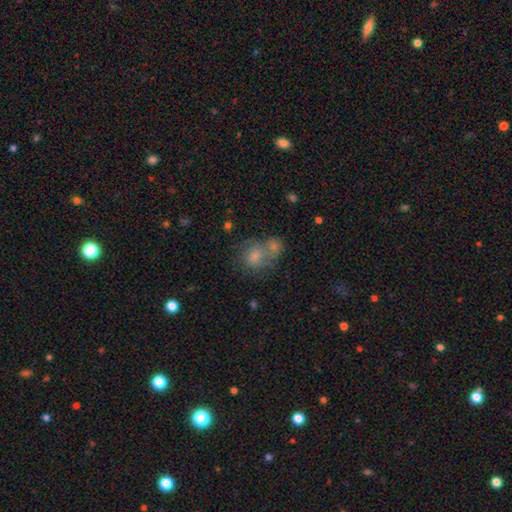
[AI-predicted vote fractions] Q: Smooth or featured?
A: smooth (63%); runner-up: featured or disk (22%)
Q: How rounded?
A: round (63%); runner-up: in between (36%)
Q: Merging?
A: merger (49%); runner-up: none (34%)